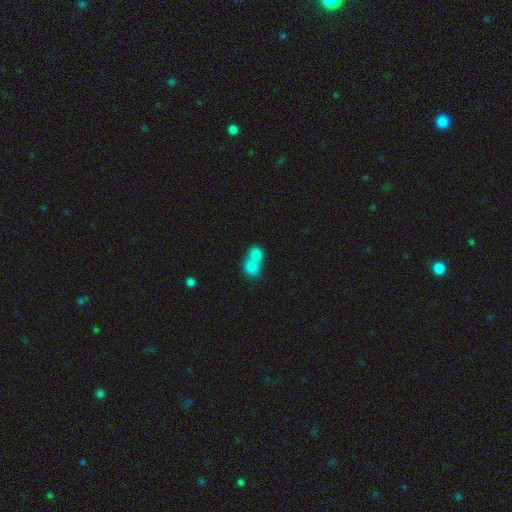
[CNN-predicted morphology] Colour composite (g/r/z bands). It shows a smooth galaxy with no disk features (81%) that is round (57%). Merging: merger (73%).